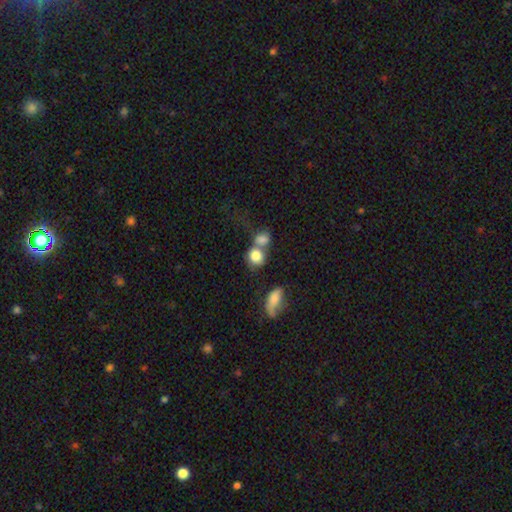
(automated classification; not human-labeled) Smooth or featured?
  - smooth: 80% *
  - featured or disk: 11%
  - star or artifact: 10%
How rounded?
  - round: 64% *
  - in between: 34%
  - cigar-shaped: 2%
Merging?
  - merger: 51% *
  - none: 31%
  - minor disturbance: 10%
  - major disturbance: 8%